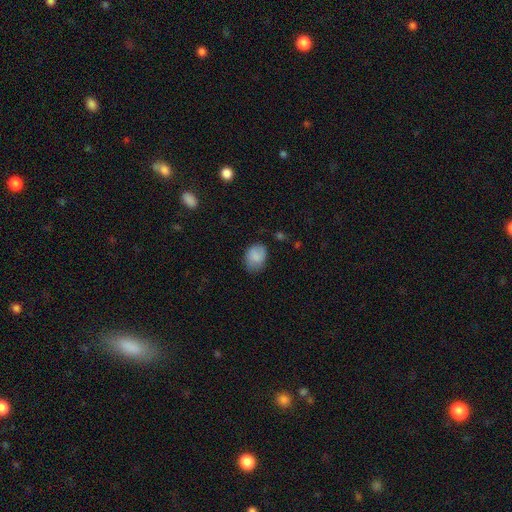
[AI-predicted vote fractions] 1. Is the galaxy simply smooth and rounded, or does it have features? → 82% smooth, 10% featured or disk, 8% star or artifact.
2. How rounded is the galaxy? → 65% in between, 34% round, 1% cigar-shaped.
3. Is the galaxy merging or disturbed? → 68% none, 25% minor disturbance, 6% major disturbance, 2% merger.